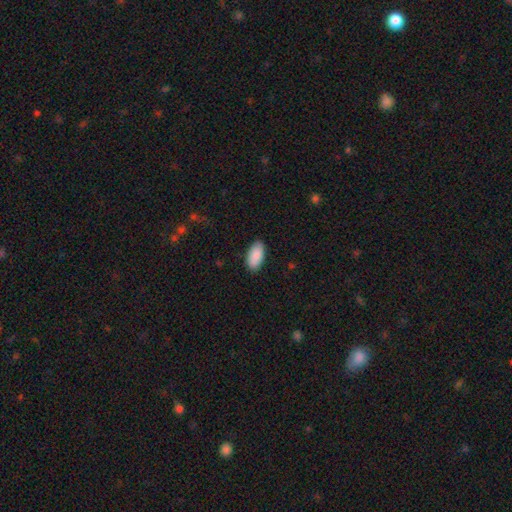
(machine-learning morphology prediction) smooth_or_featured: smooth (p=0.90) [alt: star or artifact p=0.06]
how_rounded: in between (p=0.94) [alt: cigar-shaped p=0.05]
merging: none (p=0.88) [alt: minor disturbance p=0.09]